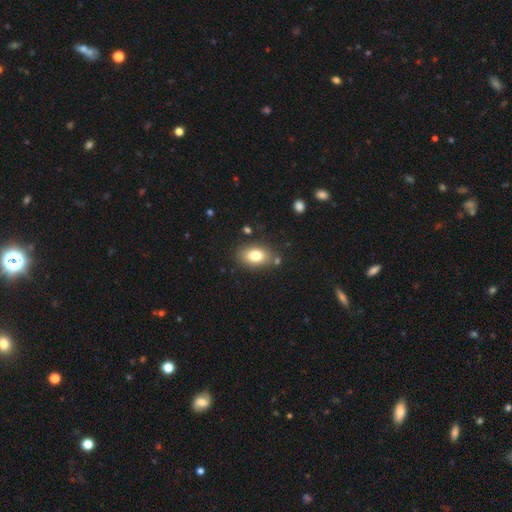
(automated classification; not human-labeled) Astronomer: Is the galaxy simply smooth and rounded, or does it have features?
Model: smooth — 79%.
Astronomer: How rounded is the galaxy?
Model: in between — 87%.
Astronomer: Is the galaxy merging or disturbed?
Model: none — 81%.